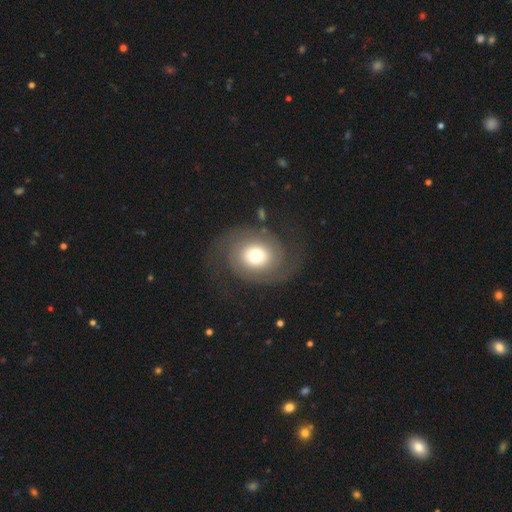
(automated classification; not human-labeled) A featured or disk galaxy (67%) with no bar (81%), 2 (83%) tight (43%) spiral arms (87%) and a moderate central bulge (61%). Merging: none (71%).